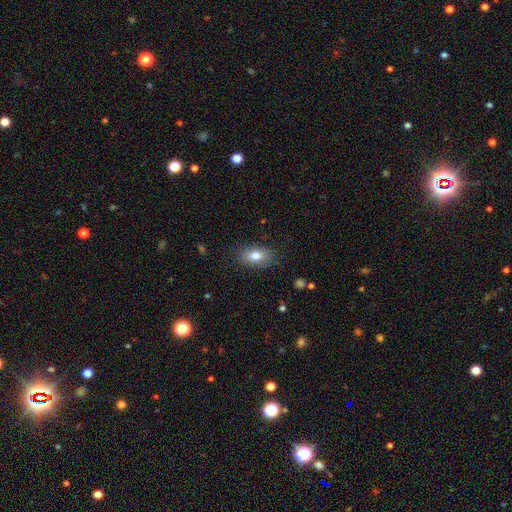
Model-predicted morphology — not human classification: smooth_or_featured: smooth (p=0.81) [alt: featured or disk p=0.11]
how_rounded: in between (p=0.88) [alt: round p=0.10]
merging: none (p=0.84) [alt: minor disturbance p=0.12]